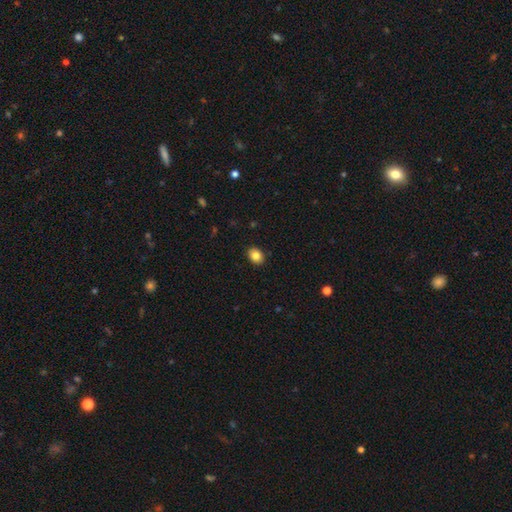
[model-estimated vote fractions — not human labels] Smooth or featured?
  - smooth: 84% *
  - star or artifact: 9%
  - featured or disk: 7%
How rounded?
  - in between: 62% *
  - round: 37%
  - cigar-shaped: 1%
Merging?
  - none: 89% *
  - minor disturbance: 8%
  - major disturbance: 2%
  - merger: 1%